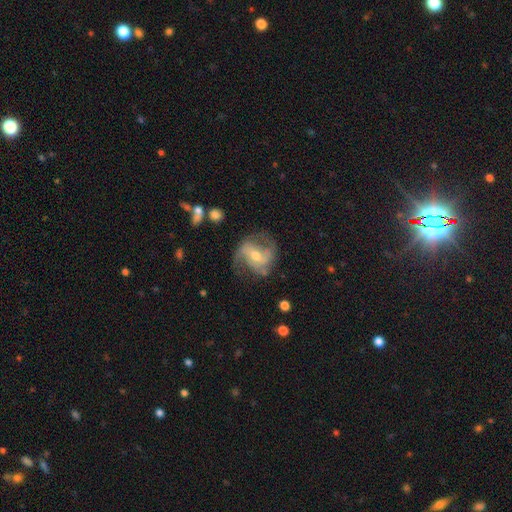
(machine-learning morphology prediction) This is clearly a featured or disk galaxy (81%). It is clearly not viewed edge-on (97%). Bar: possibly weak (46%). Spiral arm pattern: clearly yes (93%). Spiral arm count: likely 2 (60%). Spiral winding: possibly medium (49%). Central bulge: possibly moderate (58%). Merging: likely none (62%).